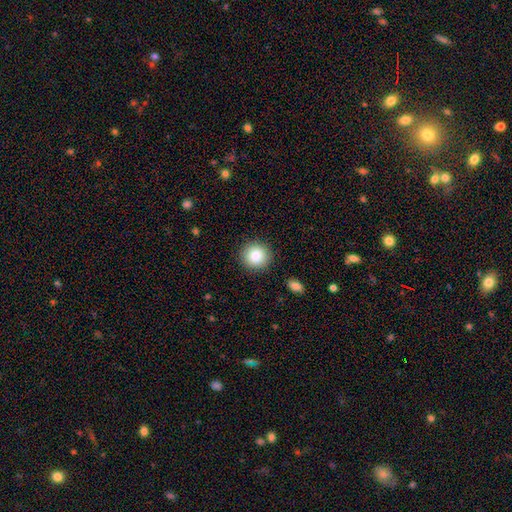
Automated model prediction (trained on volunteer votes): The model was most divided on "smooth or featured": smooth: 86%, star or artifact: 8%, featured or disk: 5%. More confident: how rounded — round (92%); merging — none (90%).